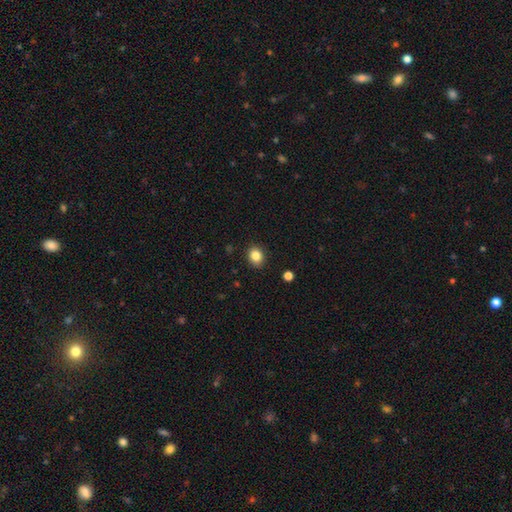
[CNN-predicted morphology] smooth_or_featured: smooth (p=0.85) [alt: star or artifact p=0.10]
how_rounded: round (p=0.62) [alt: in between p=0.37]
merging: none (p=0.89) [alt: minor disturbance p=0.08]